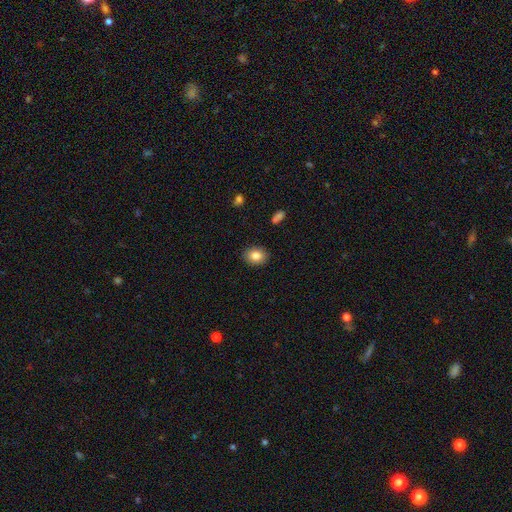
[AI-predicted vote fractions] Smooth or featured: smooth — 84% (star or artifact — 8%)
How rounded: in between — 58% (round — 41%)
Merging: none — 89% (minor disturbance — 8%)